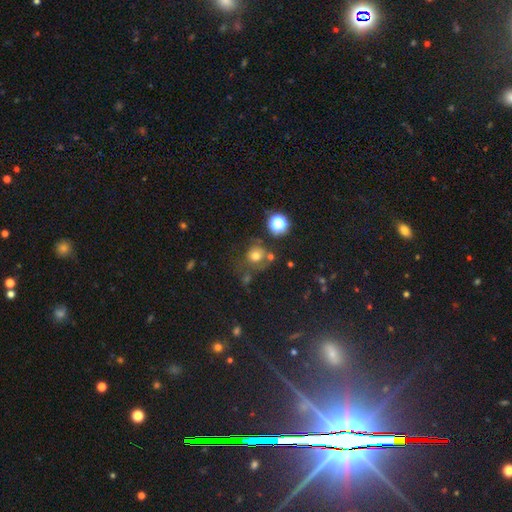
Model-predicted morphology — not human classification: Smooth or featured? Predicted: smooth (p=0.68). How rounded? Predicted: round (p=0.85). Merging? Predicted: none (p=0.56).